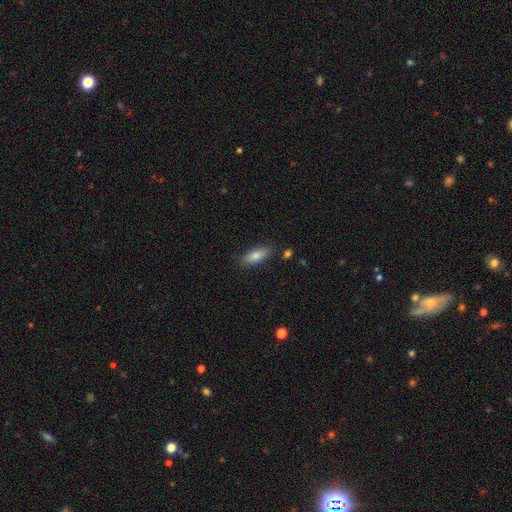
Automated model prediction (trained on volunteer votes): Q: Smooth or featured?
A: smooth (82%); runner-up: featured or disk (11%)
Q: How rounded?
A: in between (69%); runner-up: cigar-shaped (29%)
Q: Merging?
A: none (85%); runner-up: minor disturbance (10%)